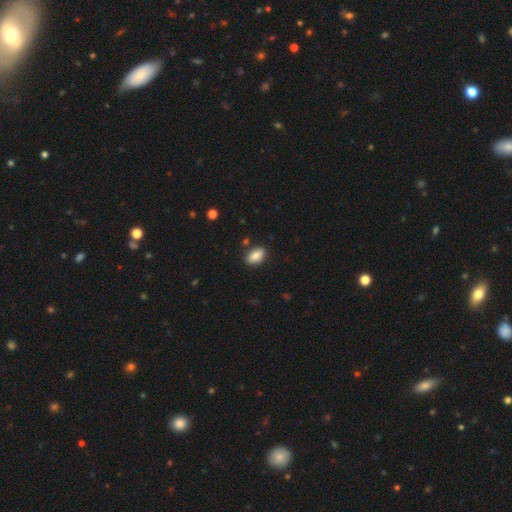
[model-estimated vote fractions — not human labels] smooth_or_featured: smooth (p=0.86) [alt: star or artifact p=0.08]
how_rounded: in between (p=0.91) [alt: round p=0.07]
merging: none (p=0.85) [alt: minor disturbance p=0.10]